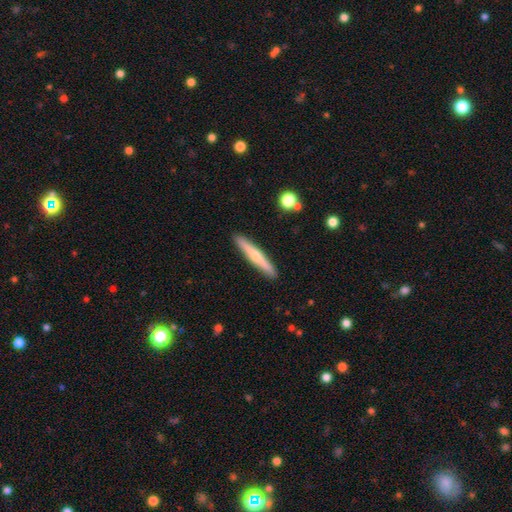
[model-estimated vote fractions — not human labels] A featured or disk galaxy (51%) viewed edge-on (96%). Merging: none (91%).